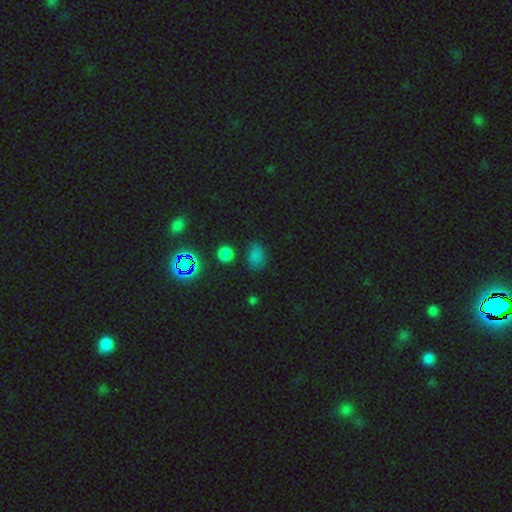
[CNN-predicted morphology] This appears to be a smooth galaxy with no disk features (64%) that is in between round and cigar-shaped (70%). Merging: none (69%).